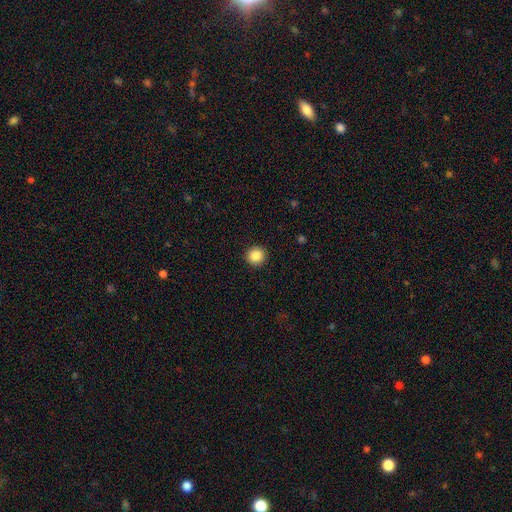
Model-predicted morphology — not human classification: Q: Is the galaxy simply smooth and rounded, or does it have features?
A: smooth — 88%.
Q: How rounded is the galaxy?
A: round — 95%.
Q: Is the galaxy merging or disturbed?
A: none — 93%.